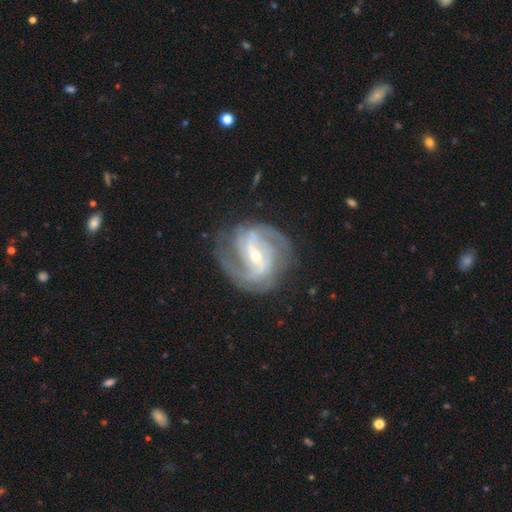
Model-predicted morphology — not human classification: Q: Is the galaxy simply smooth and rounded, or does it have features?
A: featured or disk — 90%.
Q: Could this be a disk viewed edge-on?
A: no — 97%.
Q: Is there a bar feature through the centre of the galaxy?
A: strong — 45%.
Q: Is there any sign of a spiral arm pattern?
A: yes — 98%.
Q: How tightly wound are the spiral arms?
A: medium — 49%.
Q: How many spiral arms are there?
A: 2 — 54%.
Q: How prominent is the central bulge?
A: small — 58%.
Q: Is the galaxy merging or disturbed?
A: none — 75%.